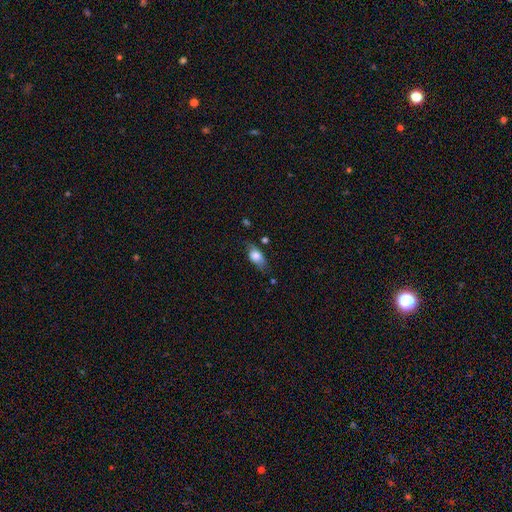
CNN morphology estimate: Overall: smooth (74%). How rounded: in between (84%). Merging: none (61%; minor disturbance 28%).